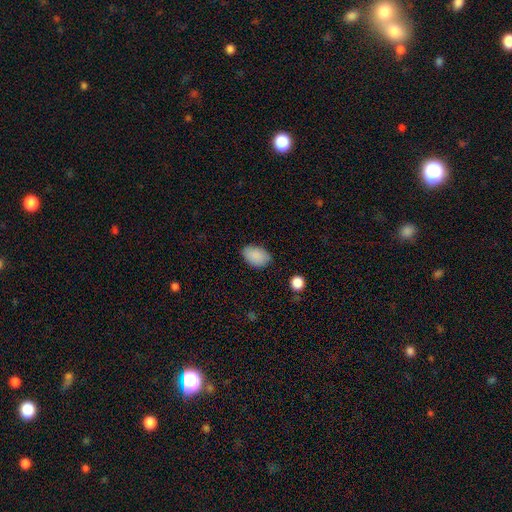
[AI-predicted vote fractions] Smooth or featured: smooth — 88% (star or artifact — 7%)
How rounded: in between — 89% (round — 10%)
Merging: none — 78% (minor disturbance — 17%)